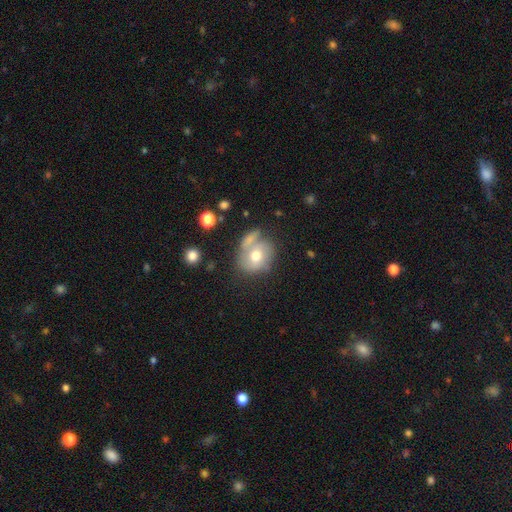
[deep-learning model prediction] Smooth or featured: smooth — 62% (featured or disk — 29%)
How rounded: round — 64% (in between — 35%)
Merging: none — 41% (merger — 28%)